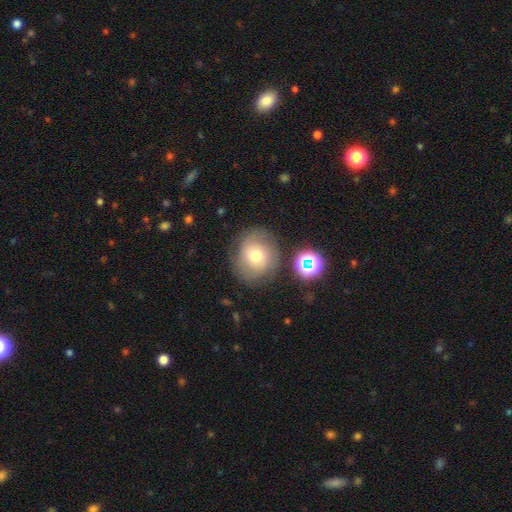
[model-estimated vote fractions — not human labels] Smooth or featured: smooth — 56% (featured or disk — 31%)
How rounded: round — 77% (in between — 22%)
Merging: none — 70% (minor disturbance — 17%)